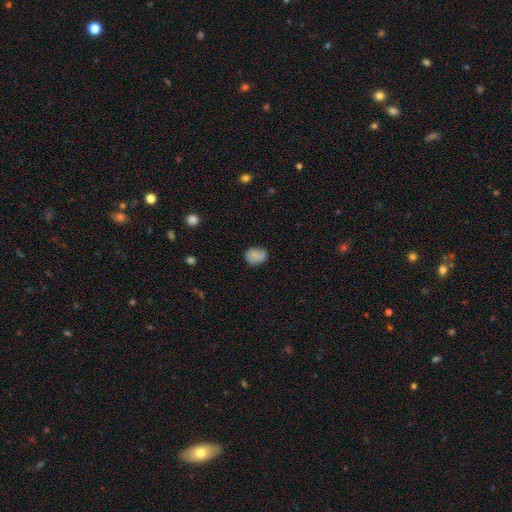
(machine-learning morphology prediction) This appears to be a smooth galaxy with no disk features (81%) that is in between round and cigar-shaped (53%). Merging: none (72%).